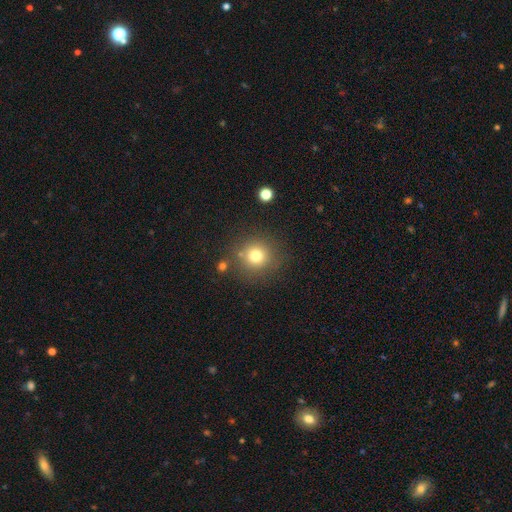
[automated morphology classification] This appears to be a smooth galaxy with no disk features (76%) that is round (93%). Merging: none (80%).